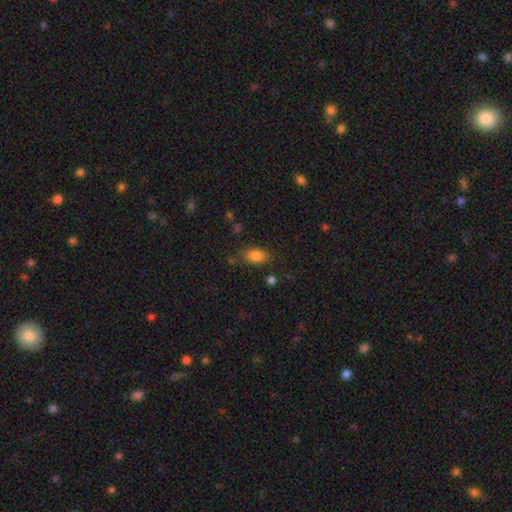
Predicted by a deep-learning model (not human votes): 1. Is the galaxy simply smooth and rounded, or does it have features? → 83% smooth, 10% star or artifact, 7% featured or disk.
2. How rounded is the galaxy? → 88% in between, 7% round, 5% cigar-shaped.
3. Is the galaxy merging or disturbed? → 73% none, 18% minor disturbance, 6% major disturbance, 4% merger.